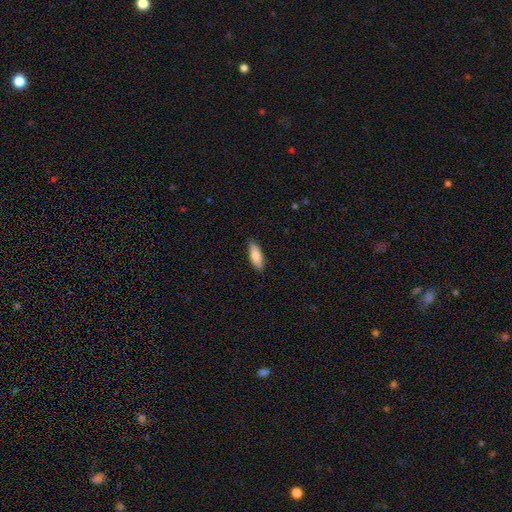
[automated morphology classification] A smooth galaxy with no disk features (84%) that is in between round and cigar-shaped (62%). Merging: none (88%).